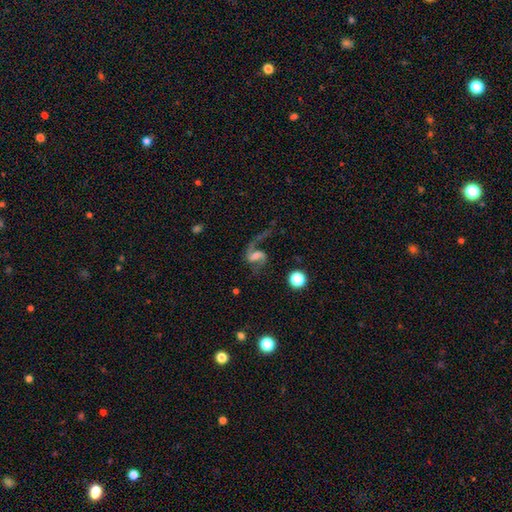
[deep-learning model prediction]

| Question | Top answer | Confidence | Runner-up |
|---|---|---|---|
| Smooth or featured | featured or disk | 81% | smooth (11%) |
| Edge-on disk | no | 98% | yes (2%) |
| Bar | weak | 47% | strong (27%) |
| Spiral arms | yes | 95% | no (5%) |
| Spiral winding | loose | 68% | medium (27%) |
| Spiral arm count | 2 | 80% | 1 (15%) |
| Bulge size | moderate | 31% | tied: small (31%) |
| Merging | none | 53% | major disturbance (27%) |